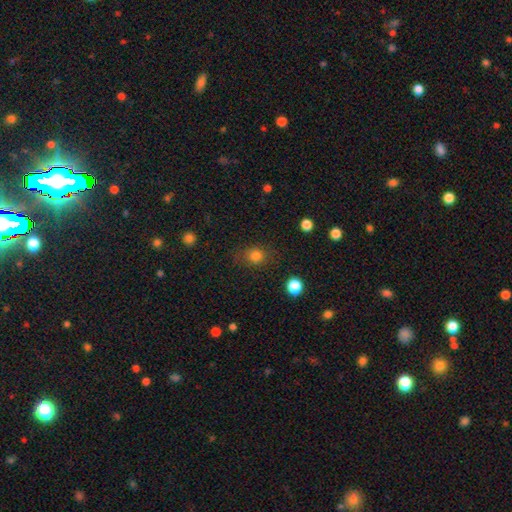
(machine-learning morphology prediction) A smooth galaxy with no disk features (81%) that is round (65%).

Vote fractions:
- Smooth or featured? smooth: 81% / star or artifact: 14% / featured or disk: 6%
- How rounded? round: 65% / in between: 33% / cigar-shaped: 1%
- Merging? none: 79% / minor disturbance: 14% / major disturbance: 5% / merger: 2%